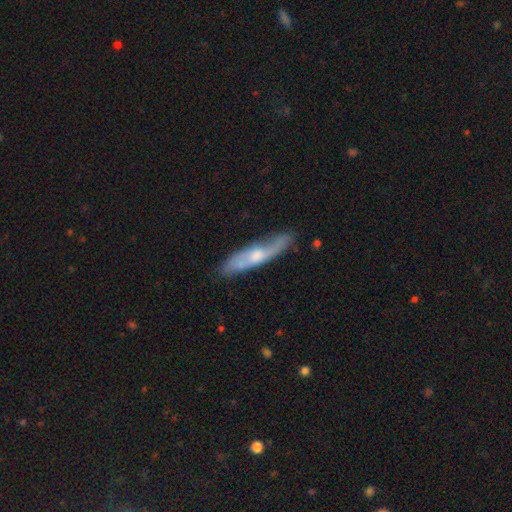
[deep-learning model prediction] Smooth or featured: featured or disk — 57% (smooth — 37%)
Edge-on disk: yes — 55% (no — 45%)
Merging: none — 75% (minor disturbance — 19%)